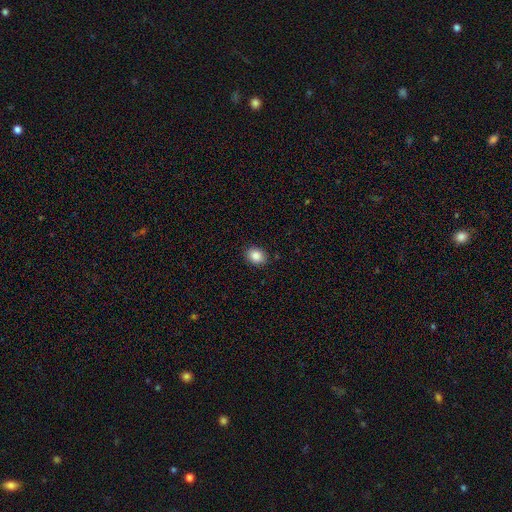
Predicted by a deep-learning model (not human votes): This is clearly a smooth galaxy (87%). How rounded: possibly in between (55%). Merging: clearly none (88%).